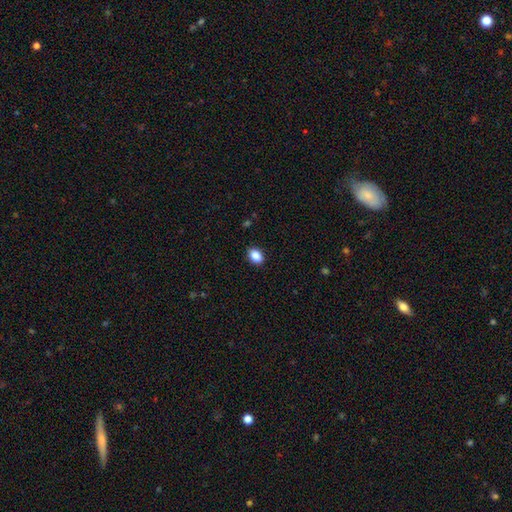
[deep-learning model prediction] This is clearly a smooth galaxy (88%). How rounded: likely in between (74%). Merging: clearly none (90%).